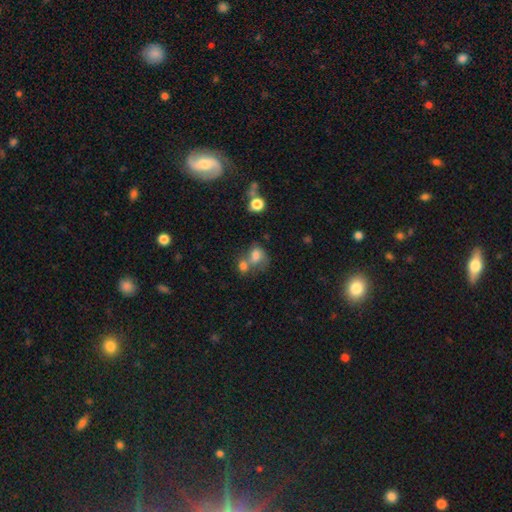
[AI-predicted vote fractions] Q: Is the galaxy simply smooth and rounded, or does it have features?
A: smooth — 73%.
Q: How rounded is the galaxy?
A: in between — 60%.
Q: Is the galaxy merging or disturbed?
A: merger — 53%.